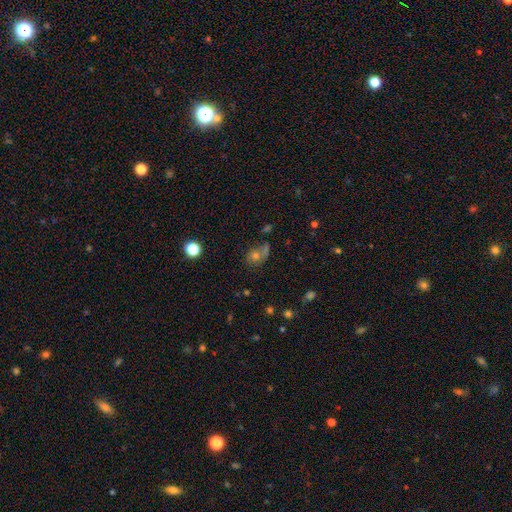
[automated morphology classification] Overall: smooth (58%; featured or disk 22%). How rounded: round (62%; in between 36%). Merging: none (46%; merger 20%).